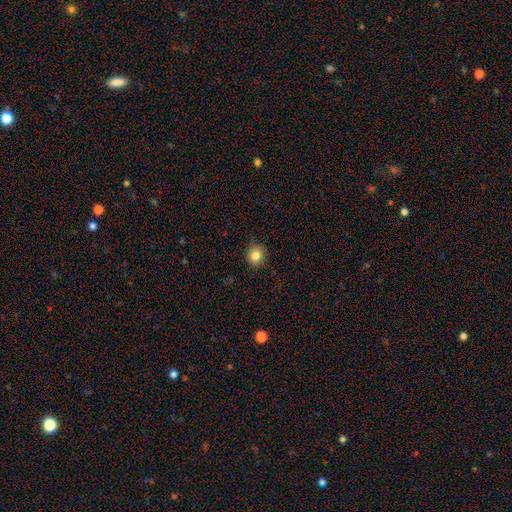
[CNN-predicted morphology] Smooth or featured?
  - smooth: 83% *
  - star or artifact: 11%
  - featured or disk: 7%
How rounded?
  - round: 85% *
  - in between: 14%
  - cigar-shaped: 1%
Merging?
  - none: 87% *
  - minor disturbance: 10%
  - major disturbance: 2%
  - merger: 1%